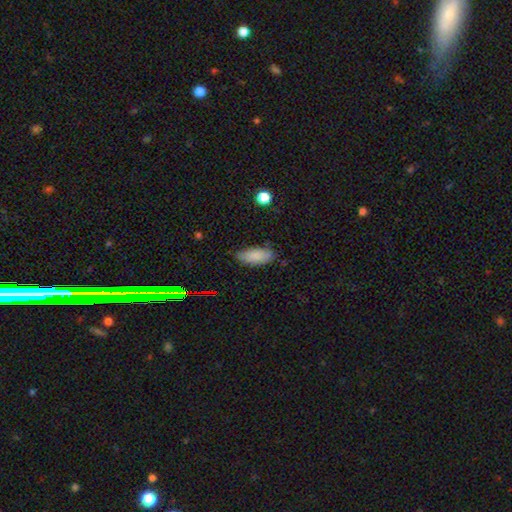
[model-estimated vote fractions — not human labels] A smooth galaxy with no disk features (84%) that is in between round and cigar-shaped (85%).

Vote fractions:
- Smooth or featured? smooth: 84% / featured or disk: 8% / star or artifact: 8%
- How rounded? in between: 85% / cigar-shaped: 13% / round: 2%
- Merging? none: 78% / minor disturbance: 18% / major disturbance: 3% / merger: 2%